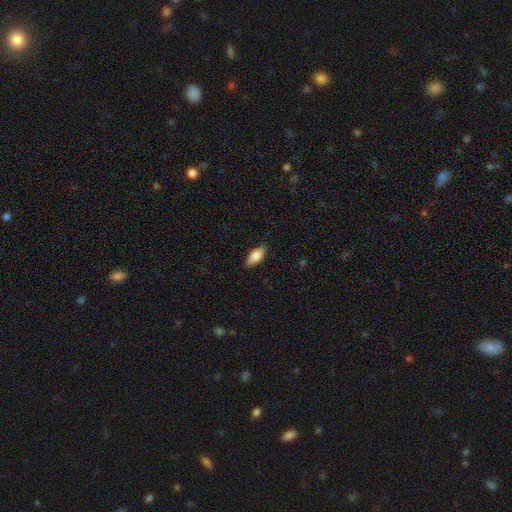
smooth-or-featured: smooth: 87% | featured or disk: 8% | star or artifact: 5%
  how-rounded: in between: 91% | cigar-shaped: 9% | round: 0%
  merging: none: 92% | minor disturbance: 8% | major disturbance: 0% | merger: 0%